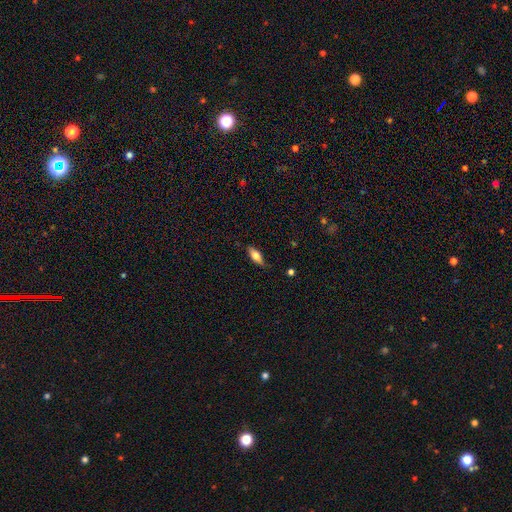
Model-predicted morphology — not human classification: type=smooth (62%); roundness=in between (67%); merging=none (80%).